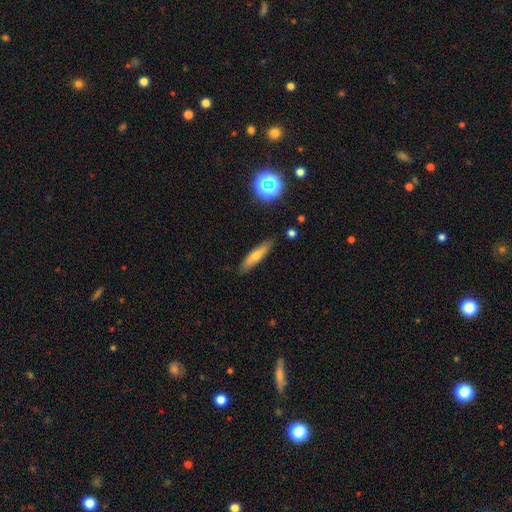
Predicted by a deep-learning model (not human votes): smooth 60%, featured or disk 31%, star or artifact 9%. Down the decision tree: how rounded — cigar-shaped (77%); merging — none (86%).